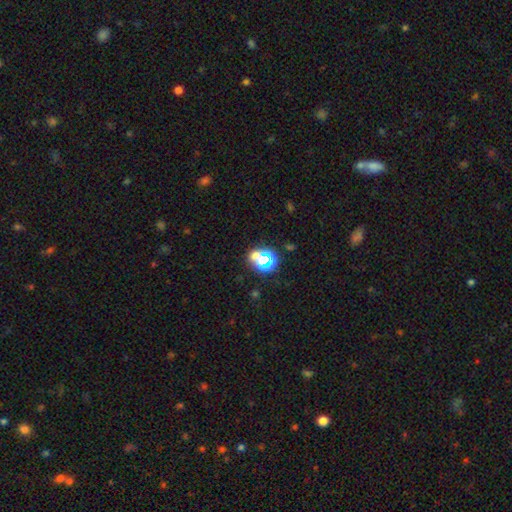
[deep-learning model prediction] The model was most divided on "smooth or featured": star or artifact: 55%, smooth: 34%, featured or disk: 11%.